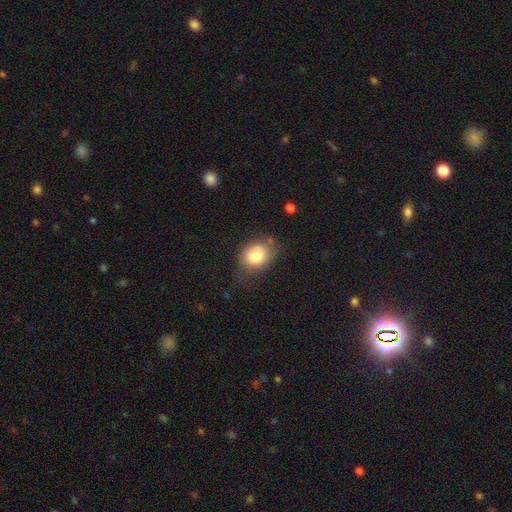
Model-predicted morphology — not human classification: Smooth or featured?
  - smooth: 79% *
  - featured or disk: 12%
  - star or artifact: 9%
How rounded?
  - in between: 51% *
  - round: 48%
  - cigar-shaped: 1%
Merging?
  - none: 64% *
  - minor disturbance: 25%
  - major disturbance: 8%
  - merger: 3%